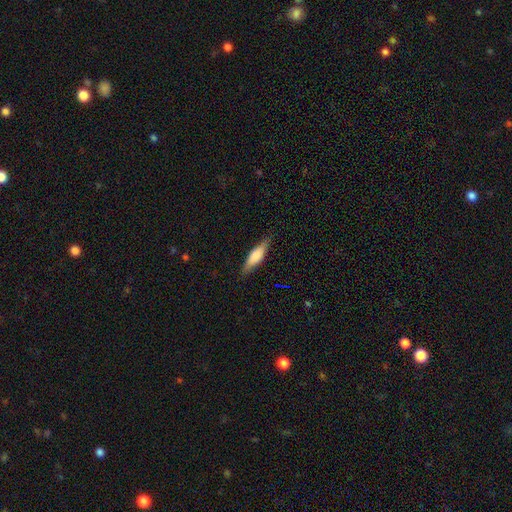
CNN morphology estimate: Smooth or featured? smooth (61%)
How rounded? cigar-shaped (63%)
Merging? none (85%)